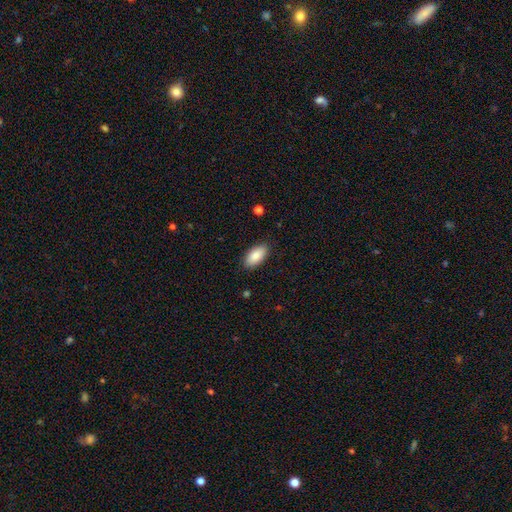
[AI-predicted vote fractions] Smooth or featured? smooth (87%)
How rounded? in between (93%)
Merging? none (87%)